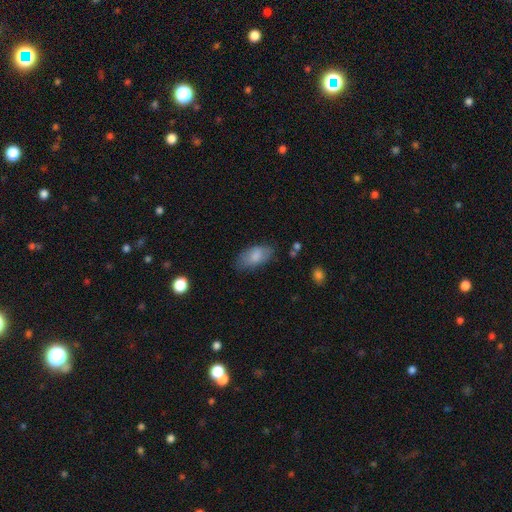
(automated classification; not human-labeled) A smooth galaxy with no disk features (81%) that is in between round and cigar-shaped (93%). Merging: none (72%).